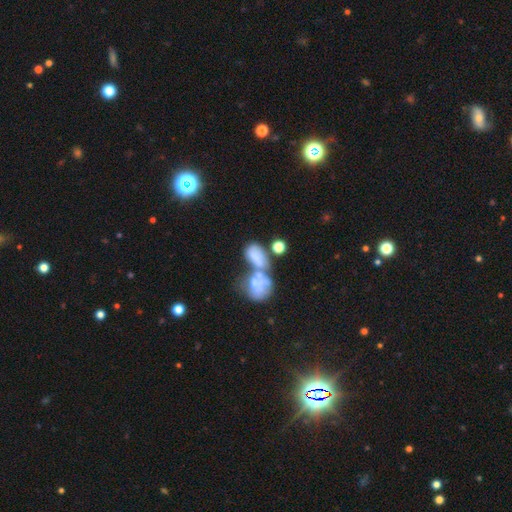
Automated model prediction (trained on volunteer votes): Smooth or featured?
  - smooth: 59% *
  - featured or disk: 29%
  - star or artifact: 12%
How rounded?
  - in between: 81% *
  - round: 16%
  - cigar-shaped: 3%
Merging?
  - merger: 62% *
  - none: 15%
  - major disturbance: 13%
  - minor disturbance: 10%